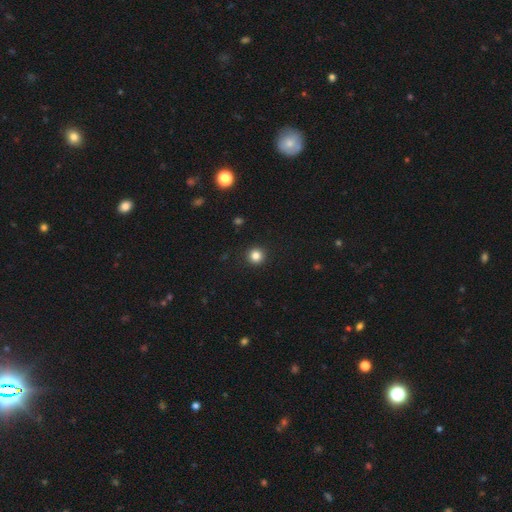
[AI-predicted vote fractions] Smooth or featured? smooth (83%)
How rounded? round (95%)
Merging? none (93%)